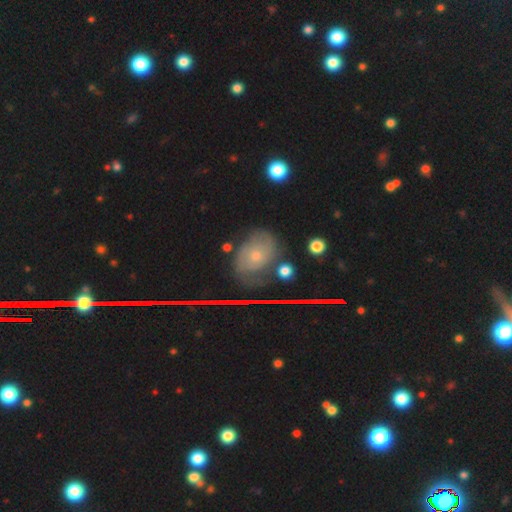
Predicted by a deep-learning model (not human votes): Overall: featured or disk (62%; smooth 25%). Edge-on disk: no (95%). Bar: no (77%). Spiral arms: yes (85%). Bulge size: small (59%; moderate 35%). Merging: none (68%).